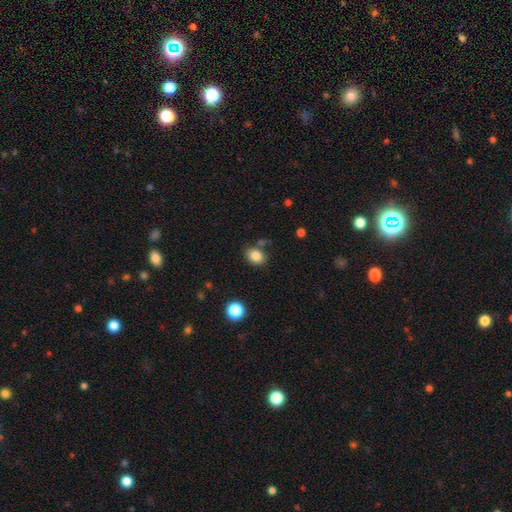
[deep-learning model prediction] This appears to be a smooth galaxy with no disk features (84%) that is in between round and cigar-shaped (62%). Merging: none (75%).